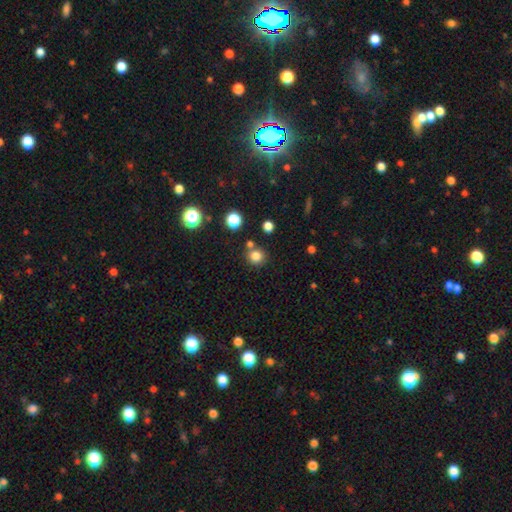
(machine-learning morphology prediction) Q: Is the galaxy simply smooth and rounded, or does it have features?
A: smooth — 80%.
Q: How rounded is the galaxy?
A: round — 91%.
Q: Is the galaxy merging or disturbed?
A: none — 75%.